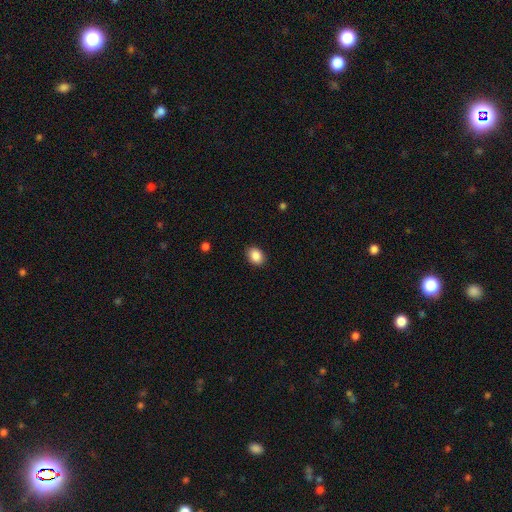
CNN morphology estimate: A smooth galaxy with no disk features (89%) that is in between round and cigar-shaped (69%). Merging: none (88%).